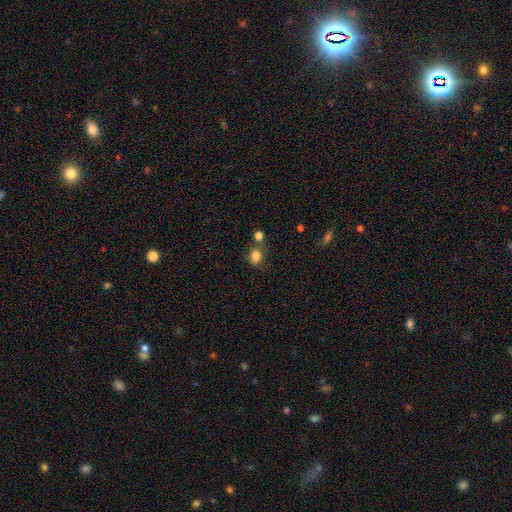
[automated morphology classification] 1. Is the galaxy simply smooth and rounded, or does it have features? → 83% smooth, 12% star or artifact, 6% featured or disk.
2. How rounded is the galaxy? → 63% round, 36% in between, 1% cigar-shaped.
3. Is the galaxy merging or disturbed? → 62% none, 17% merger, 15% minor disturbance, 6% major disturbance.